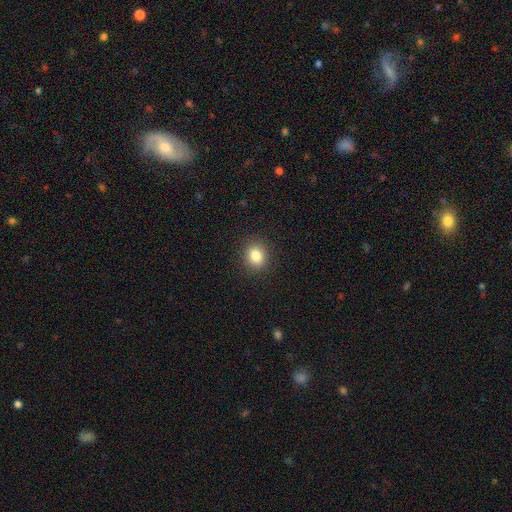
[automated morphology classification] Overall: smooth (83%). How rounded: round (73%). Merging: none (90%).